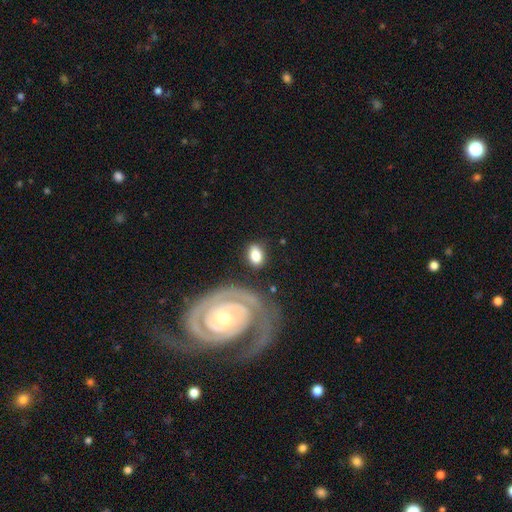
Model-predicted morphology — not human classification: Smooth or featured? smooth (74%)
How rounded? in between (80%)
Merging? none (75%)